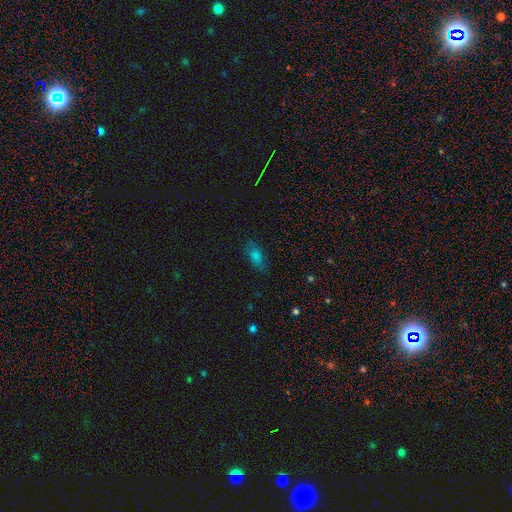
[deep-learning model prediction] Overall: smooth (69%). How rounded: in between (83%). Merging: none (78%).